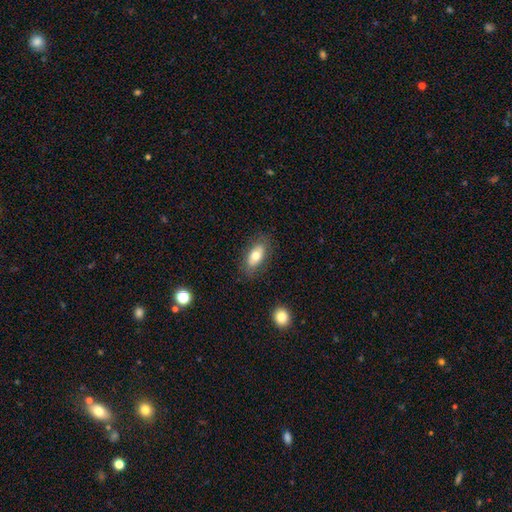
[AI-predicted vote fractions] Smooth or featured? smooth (70%)
How rounded? in between (87%)
Merging? none (82%)